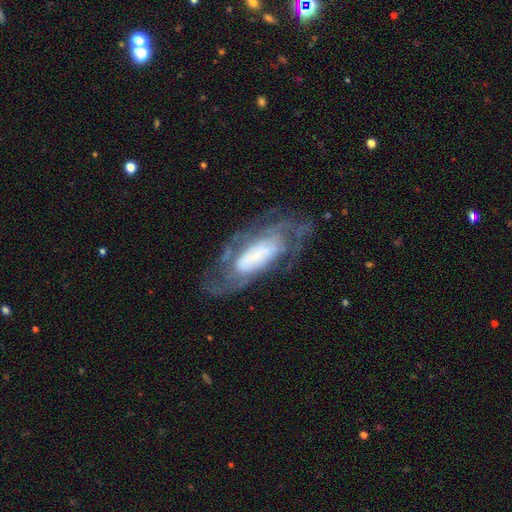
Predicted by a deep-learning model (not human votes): Overall: featured or disk (76%). Edge-on disk: no (91%). Bar: no (53%; weak 28%). Spiral arms: yes (87%). Spiral arm count: can't tell (41%; 2 31%). Spiral winding: tight (51%; medium 35%). Bulge size: large (31%; small 30%). Merging: none (60%; minor disturbance 20%).